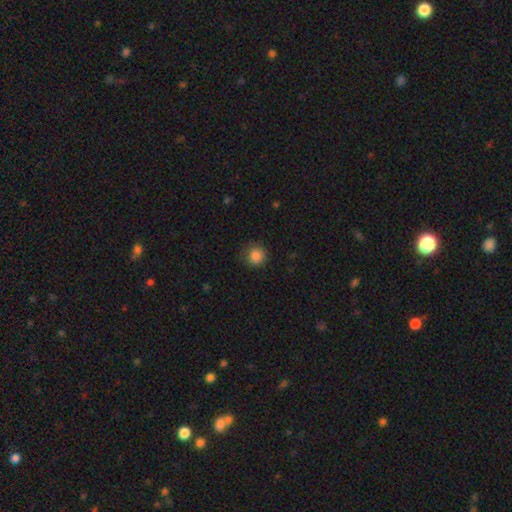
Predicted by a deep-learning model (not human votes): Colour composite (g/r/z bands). It shows a smooth galaxy with no disk features (86%) that is round (91%). Merging: none (80%).